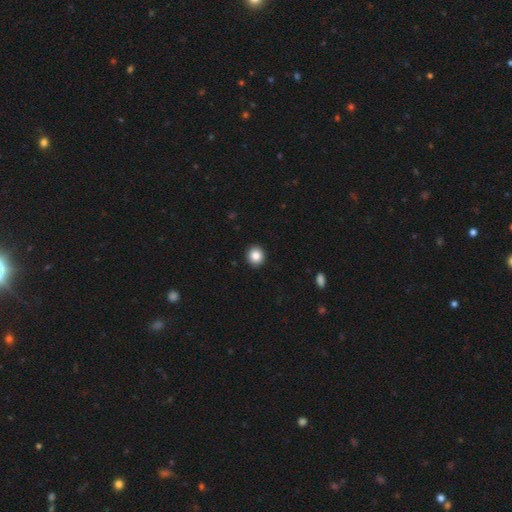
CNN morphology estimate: Overall: smooth (86%). How rounded: round (89%). Merging: none (93%).